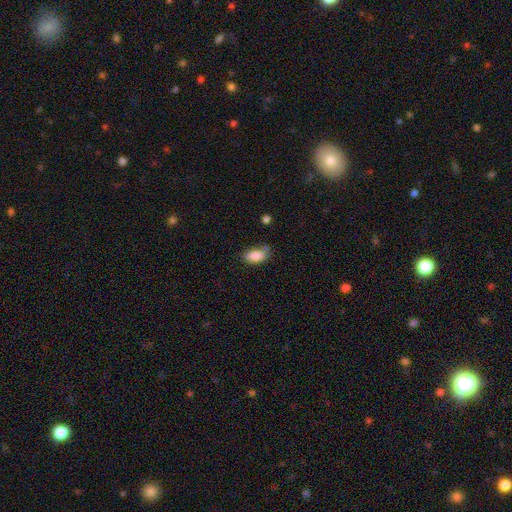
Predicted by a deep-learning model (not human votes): Smooth or featured? smooth (86%)
How rounded? in between (92%)
Merging? none (62%)